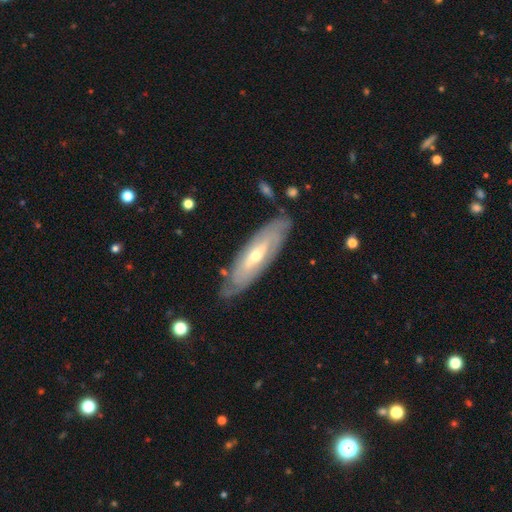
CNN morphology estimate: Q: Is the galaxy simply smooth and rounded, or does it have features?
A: featured or disk — 76%.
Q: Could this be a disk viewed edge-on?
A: no — 75%.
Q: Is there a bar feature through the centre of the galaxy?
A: no — 53%.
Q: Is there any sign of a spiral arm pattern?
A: yes — 79%.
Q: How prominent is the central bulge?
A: small — 51%.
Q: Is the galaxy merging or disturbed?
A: none — 79%.